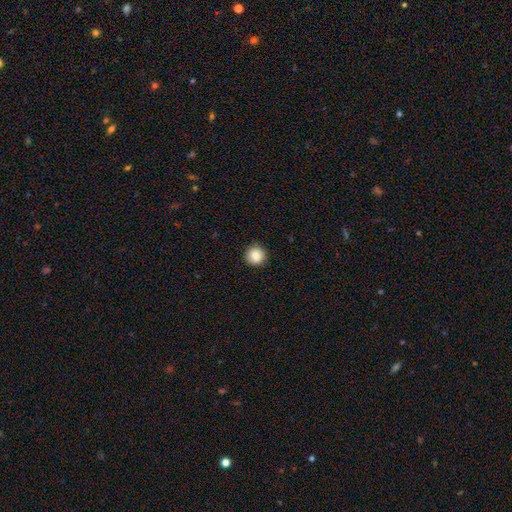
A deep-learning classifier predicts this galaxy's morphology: This appears to be a smooth galaxy with no disk features (86%) that is round (93%). Merging: none (90%).